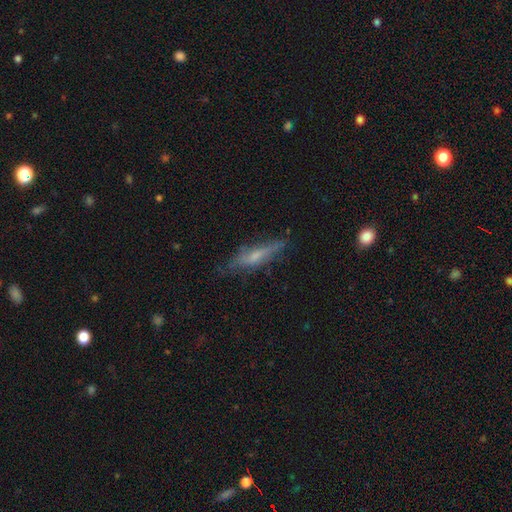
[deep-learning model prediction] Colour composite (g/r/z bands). It shows a featured or disk galaxy (49%). Merging: none (66%).